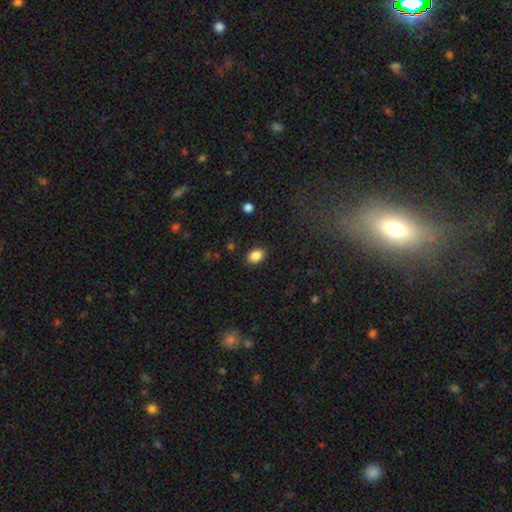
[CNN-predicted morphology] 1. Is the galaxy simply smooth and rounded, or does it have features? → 87% smooth, 9% star or artifact, 4% featured or disk.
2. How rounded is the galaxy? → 77% in between, 22% round, 1% cigar-shaped.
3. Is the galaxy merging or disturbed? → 87% none, 9% minor disturbance, 3% major disturbance, 1% merger.